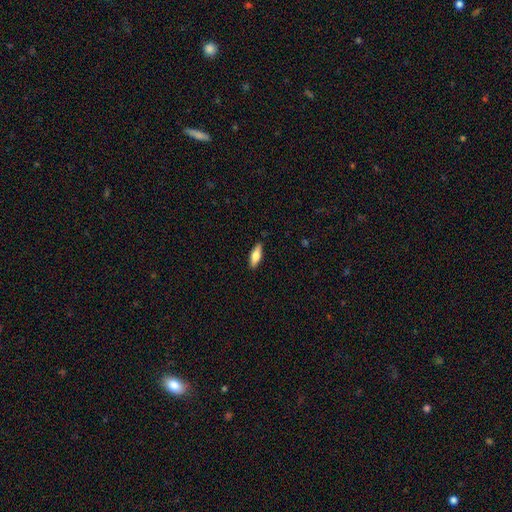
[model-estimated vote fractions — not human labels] smooth-or-featured: smooth: 68% | featured or disk: 26% | star or artifact: 6%
  how-rounded: in between: 61% | cigar-shaped: 37% | round: 2%
  merging: none: 88% | minor disturbance: 9% | major disturbance: 2% | merger: 1%